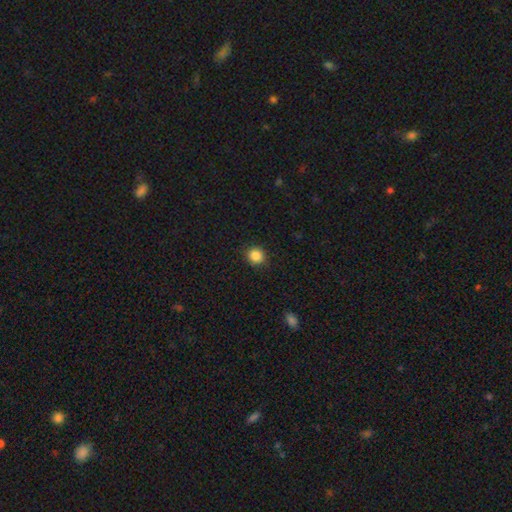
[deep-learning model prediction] smooth 86%, star or artifact 11%, featured or disk 3%. Down the decision tree: how rounded — round (89%); merging — none (90%).